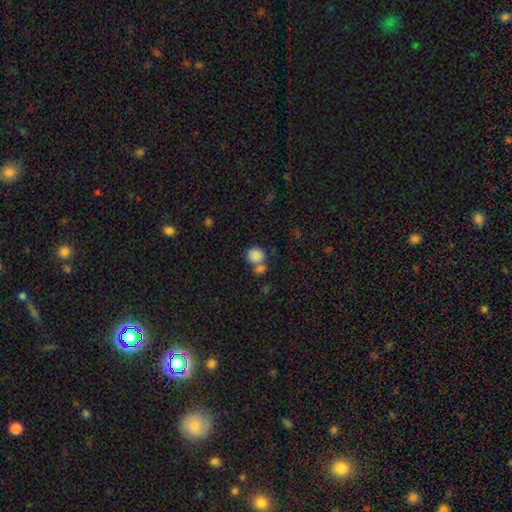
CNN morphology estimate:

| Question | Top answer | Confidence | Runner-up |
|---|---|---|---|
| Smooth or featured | smooth | 85% | star or artifact (9%) |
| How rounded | round | 79% | in between (20%) |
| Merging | none | 44% | merger (43%) |